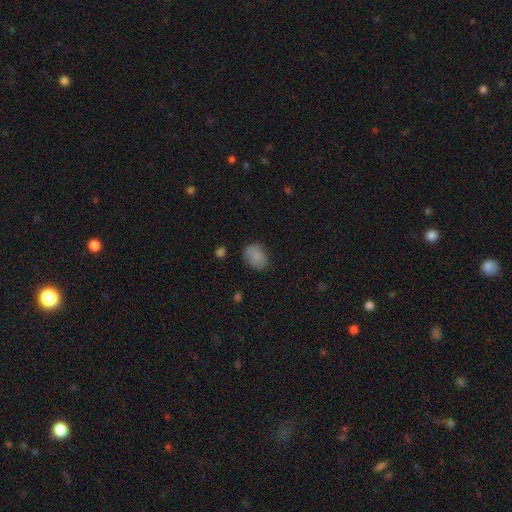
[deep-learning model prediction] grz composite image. It shows a smooth galaxy with no disk features (84%) that is in between round and cigar-shaped (66%). Merging: none (73%).